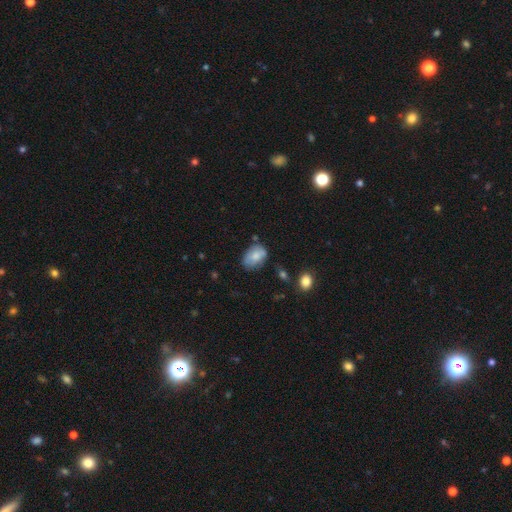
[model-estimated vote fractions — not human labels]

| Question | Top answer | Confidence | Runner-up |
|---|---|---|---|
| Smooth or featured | smooth | 72% | featured or disk (20%) |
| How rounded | in between | 82% | round (17%) |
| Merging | none | 57% | minor disturbance (29%) |